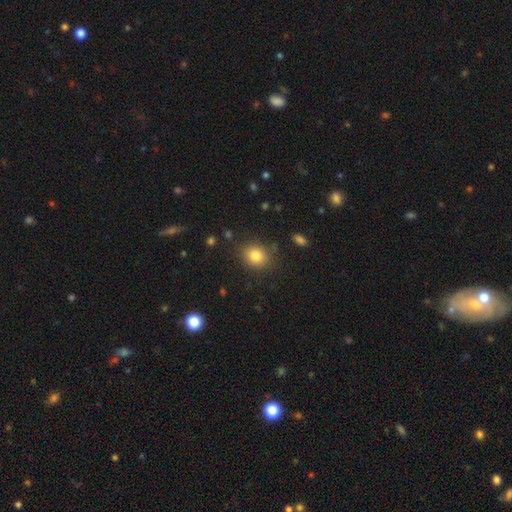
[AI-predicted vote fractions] Smooth or featured: smooth — 82% (star or artifact — 11%)
How rounded: round — 59% (in between — 40%)
Merging: none — 84% (minor disturbance — 11%)